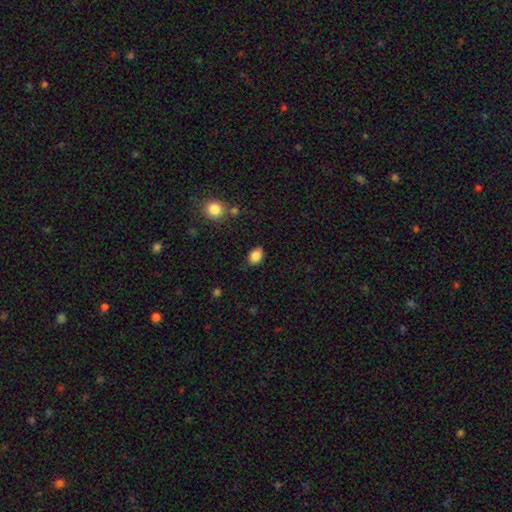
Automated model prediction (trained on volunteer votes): This is clearly a smooth galaxy (86%). How rounded: likely in between (74%). Merging: clearly none (82%).